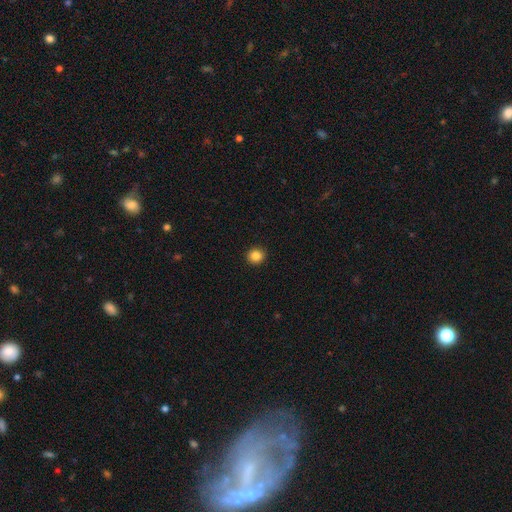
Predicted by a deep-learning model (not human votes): Smooth or featured? smooth (85%)
How rounded? round (91%)
Merging? none (93%)